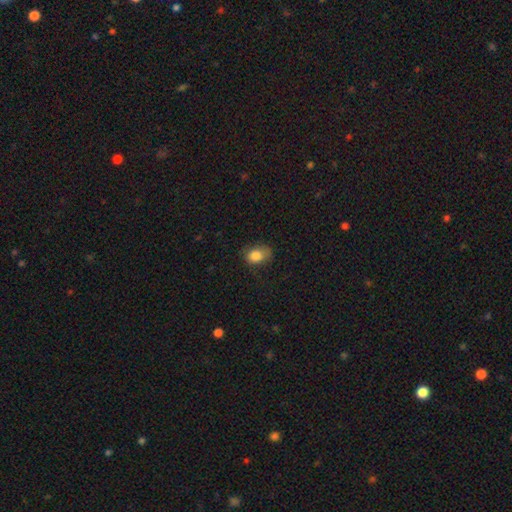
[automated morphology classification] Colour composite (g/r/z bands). It shows a smooth galaxy with no disk features (83%) that is in between round and cigar-shaped (66%). Merging: none (56%).